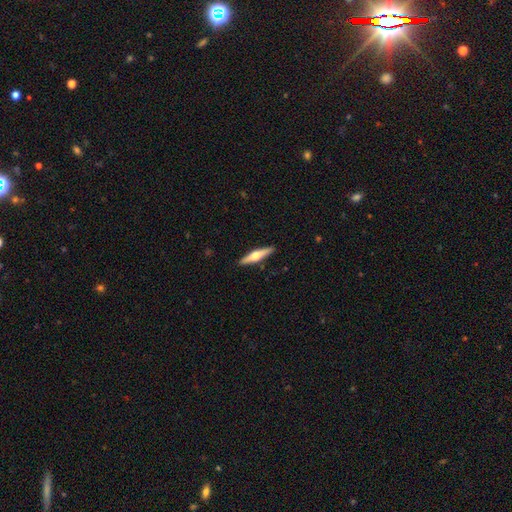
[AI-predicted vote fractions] Overall: featured or disk (58%; smooth 37%). Edge-on disk: yes (96%). Edge-on bulge: rounded (94%). Merging: none (91%).